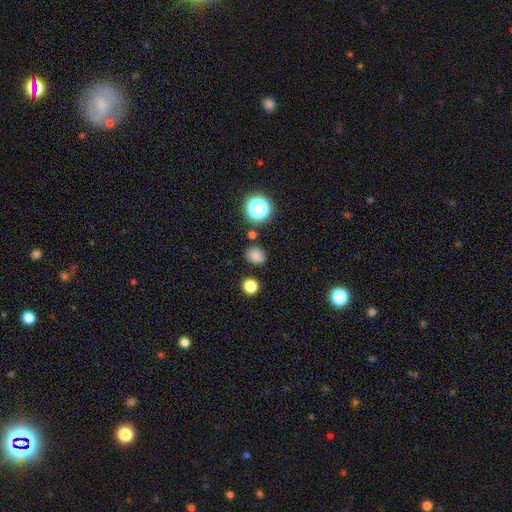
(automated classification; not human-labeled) This appears to be a smooth galaxy with no disk features (78%) that is round (63%). Merging: none (79%).